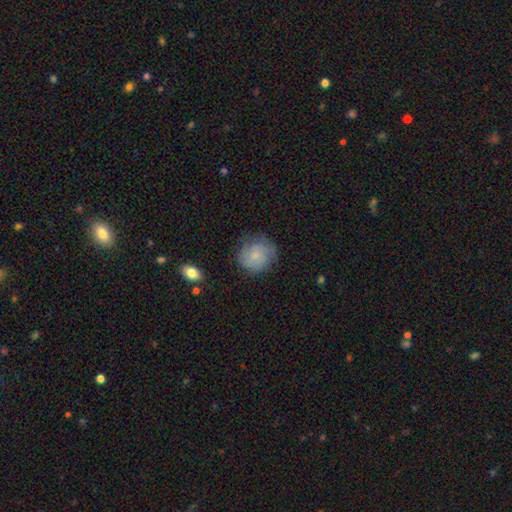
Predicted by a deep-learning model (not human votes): Q: Smooth or featured?
A: smooth (71%); runner-up: featured or disk (21%)
Q: How rounded?
A: round (83%); runner-up: in between (16%)
Q: Merging?
A: none (69%); runner-up: minor disturbance (22%)